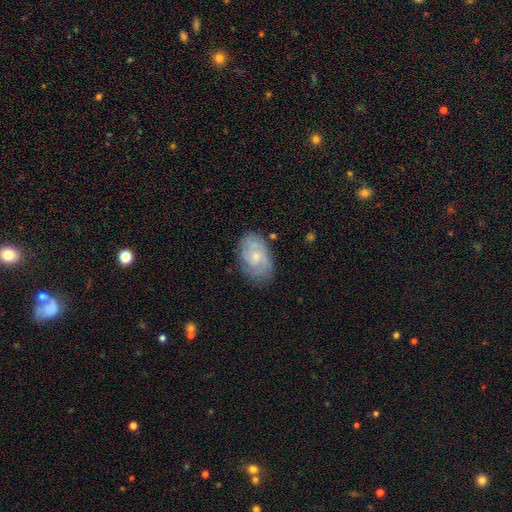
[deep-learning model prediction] A featured or disk galaxy (66%) with no bar (71%), tight (56%) spiral arms (89%) and a small central bulge (57%).

Vote fractions:
- Smooth or featured? featured or disk: 66% / smooth: 27% / star or artifact: 7%
- Edge-on disk? no: 97% / yes: 3%
- Bar? no: 71% / weak: 26% / strong: 3%
- Spiral arms? yes: 89% / no: 11%
- Spiral winding? tight: 56% / medium: 34% / loose: 10%
- Spiral arm count? can't tell: 37% / 2: 31% / 3: 17% / 4: 6% / 1: 5% / more than 4: 4%
- Bulge size? small: 57% / moderate: 35% / none: 5% / large: 2% / dominant: 1%
- Merging? none: 74% / minor disturbance: 19% / major disturbance: 5% / merger: 2%